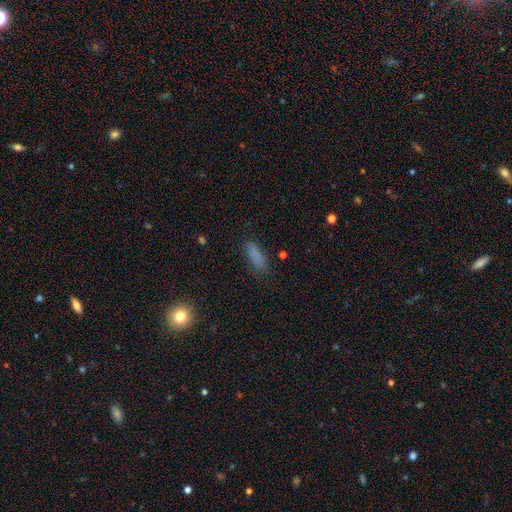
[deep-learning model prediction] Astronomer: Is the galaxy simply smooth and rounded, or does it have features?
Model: smooth — 82%.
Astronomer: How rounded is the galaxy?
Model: in between — 52% (runner-up: cigar-shaped, 46%).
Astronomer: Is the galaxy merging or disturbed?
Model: none — 78%.